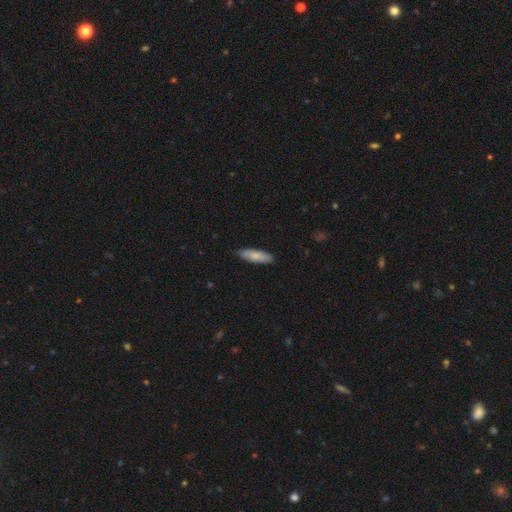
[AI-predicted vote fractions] A smooth galaxy with no disk features (76%) that is cigar-shaped (50%). Merging: none (83%).